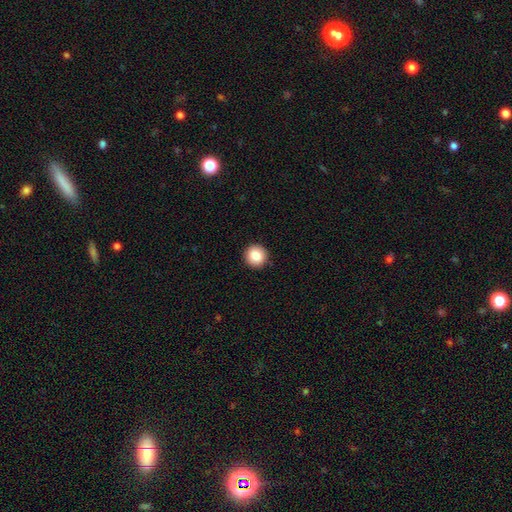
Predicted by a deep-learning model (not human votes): smooth-or-featured: smooth: 86% | star or artifact: 9% | featured or disk: 5%
  how-rounded: round: 95% | in between: 4% | cigar-shaped: 1%
  merging: none: 93% | minor disturbance: 5% | major disturbance: 2% | merger: 1%